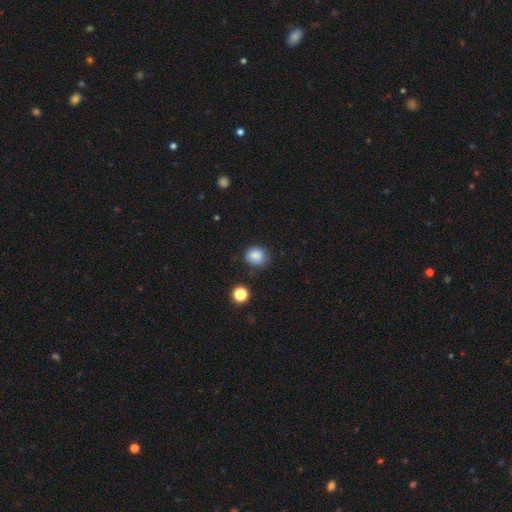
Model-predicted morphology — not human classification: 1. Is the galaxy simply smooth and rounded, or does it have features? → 83% smooth, 11% star or artifact, 6% featured or disk.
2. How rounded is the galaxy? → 76% round, 23% in between, 1% cigar-shaped.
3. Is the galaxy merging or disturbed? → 74% none, 18% minor disturbance, 4% major disturbance, 3% merger.